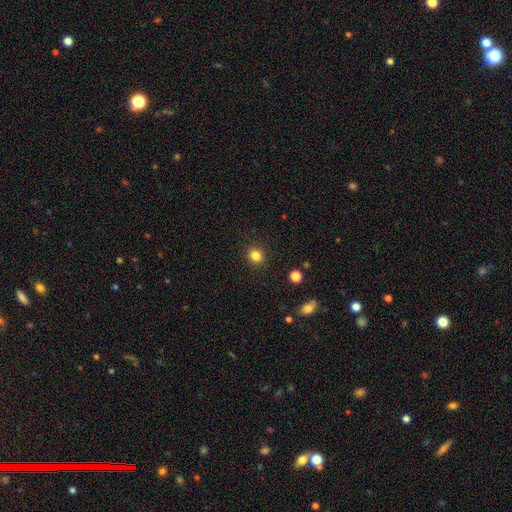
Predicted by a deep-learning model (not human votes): A smooth galaxy with no disk features (83%) that is round (85%).

Vote fractions:
- Smooth or featured? smooth: 83% / star or artifact: 12% / featured or disk: 5%
- How rounded? round: 85% / in between: 14% / cigar-shaped: 1%
- Merging? none: 91% / minor disturbance: 6% / major disturbance: 2% / merger: 1%